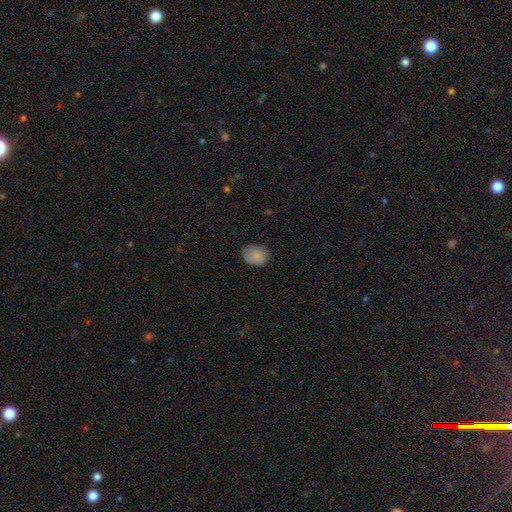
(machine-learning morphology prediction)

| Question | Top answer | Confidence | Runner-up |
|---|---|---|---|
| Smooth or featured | smooth | 85% | star or artifact (8%) |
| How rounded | in between | 54% | round (45%) |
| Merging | none | 74% | minor disturbance (21%) |